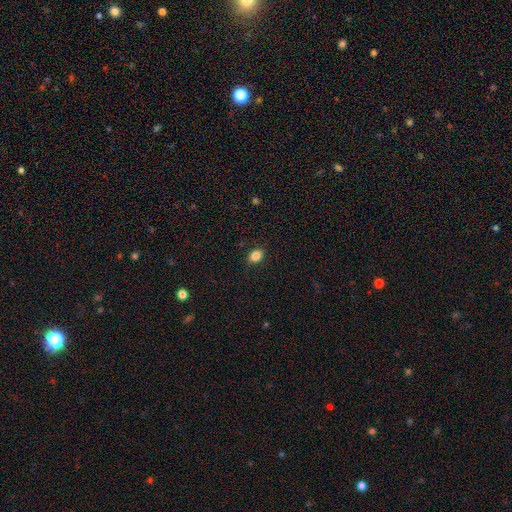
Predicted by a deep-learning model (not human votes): Morphology: type=smooth (85%); roundness=in between (67%); merging=none (87%).